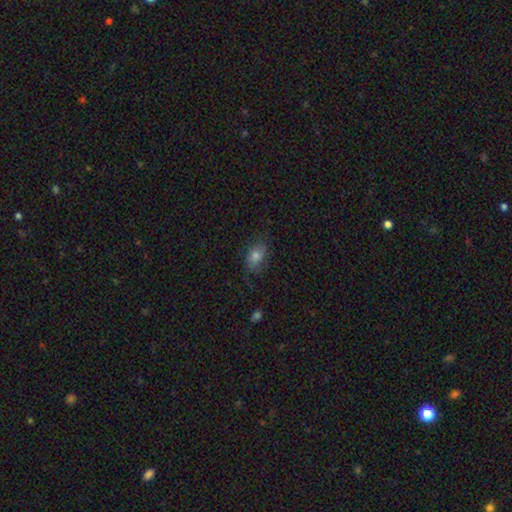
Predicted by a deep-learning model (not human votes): This appears to be a smooth galaxy with no disk features (69%) that is in between round and cigar-shaped (79%). Merging: none (67%).